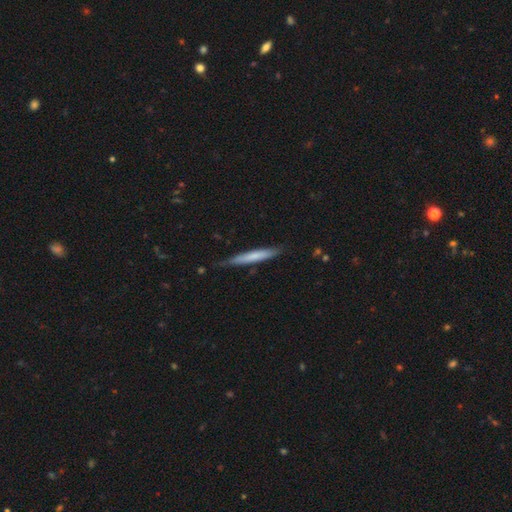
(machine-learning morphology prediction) smooth-or-featured: smooth: 63% | featured or disk: 31% | star or artifact: 6%
  how-rounded: cigar-shaped: 95% | in between: 4% | round: 1%
  merging: none: 80% | minor disturbance: 16% | major disturbance: 2% | merger: 2%